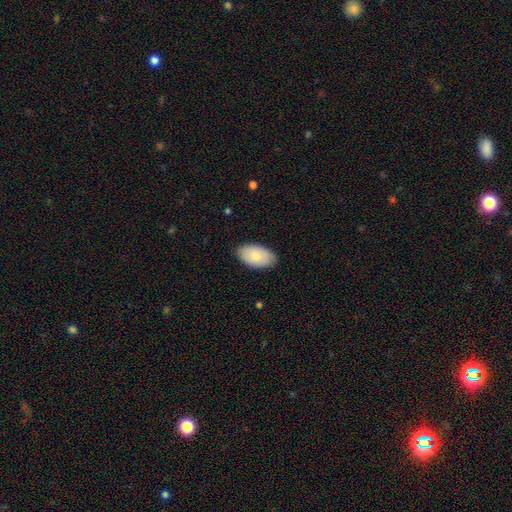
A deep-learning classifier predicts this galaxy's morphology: Overall: smooth (81%). How rounded: in between (95%). Merging: none (84%).